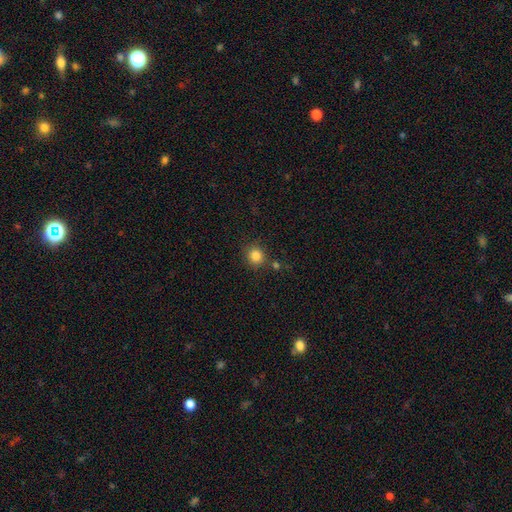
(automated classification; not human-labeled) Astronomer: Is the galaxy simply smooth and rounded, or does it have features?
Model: smooth — 84%.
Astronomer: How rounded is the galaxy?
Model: round — 88%.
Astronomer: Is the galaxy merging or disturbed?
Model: none — 78%.